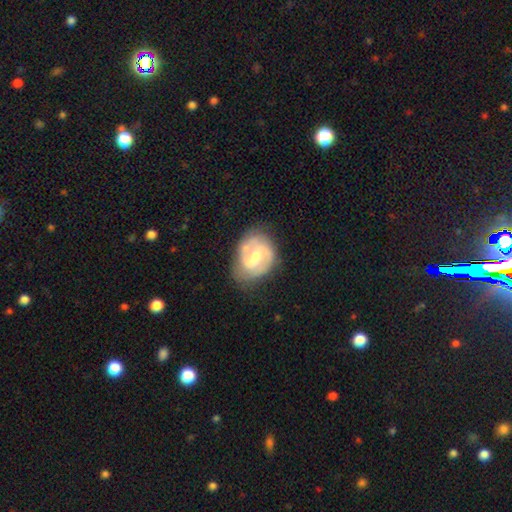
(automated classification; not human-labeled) This appears to be a featured or disk galaxy (81%) with a weak bar (51%), 2 (85%) medium (50%) spiral arms (92%) and a moderate central bulge (52%). Merging: none (70%).